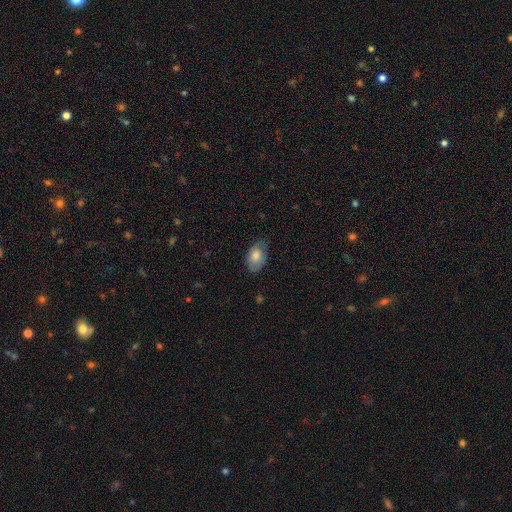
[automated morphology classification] The model was most divided on "merging": none: 67%, minor disturbance: 27%, major disturbance: 5%, merger: 1%. More confident: how rounded — in between (91%); smooth or featured — smooth (74%).